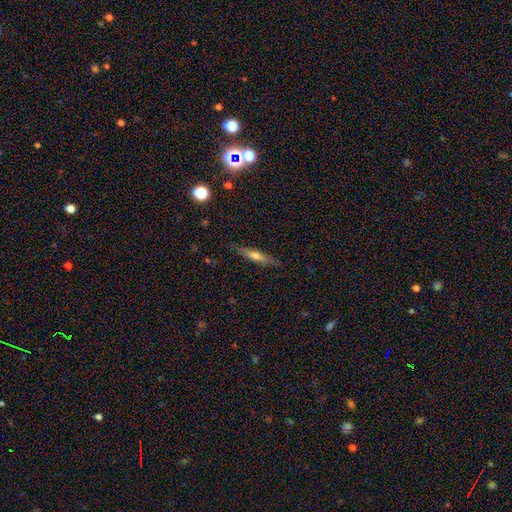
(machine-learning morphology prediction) smooth-or-featured: featured or disk: 49% | smooth: 44% | star or artifact: 7%
  merging: none: 86% | minor disturbance: 11% | major disturbance: 2% | merger: 1%